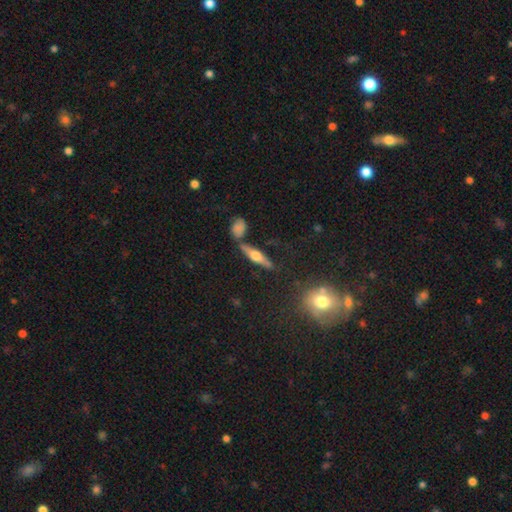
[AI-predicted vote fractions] Smooth or featured? Predicted: featured or disk (p=0.62). Edge-on disk? Predicted: yes (p=0.93). Edge-on bulge? Predicted: rounded (p=0.92). Merging? Predicted: none (p=0.75).